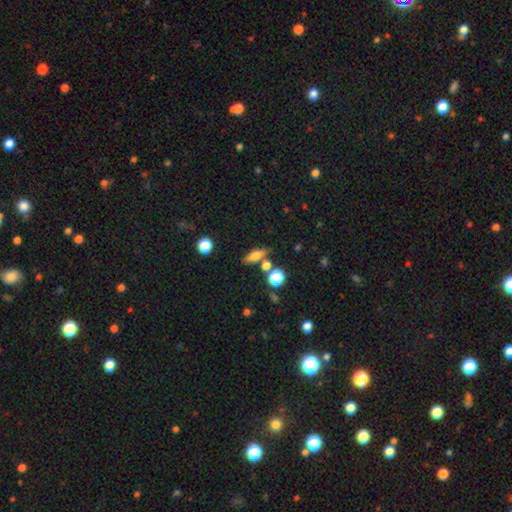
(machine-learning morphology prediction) The model was most divided on "how rounded": in between: 58%, cigar-shaped: 32%, round: 10%. More confident: merging — none (68%); smooth or featured — smooth (67%).